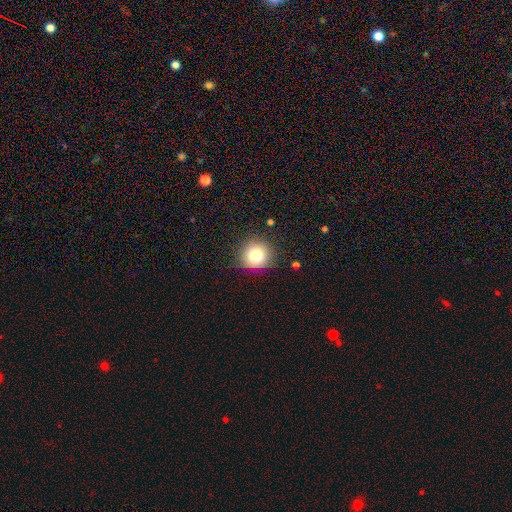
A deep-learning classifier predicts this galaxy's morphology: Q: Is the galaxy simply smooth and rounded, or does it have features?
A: smooth — 80%.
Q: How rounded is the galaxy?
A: round — 92%.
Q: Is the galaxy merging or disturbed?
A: none — 85%.